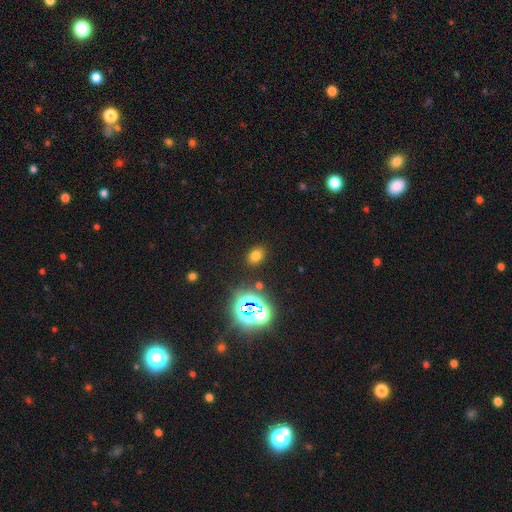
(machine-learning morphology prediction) The model was most divided on "how rounded": in between: 67%, round: 32%, cigar-shaped: 1%. More confident: merging — none (85%); smooth or featured — smooth (68%).